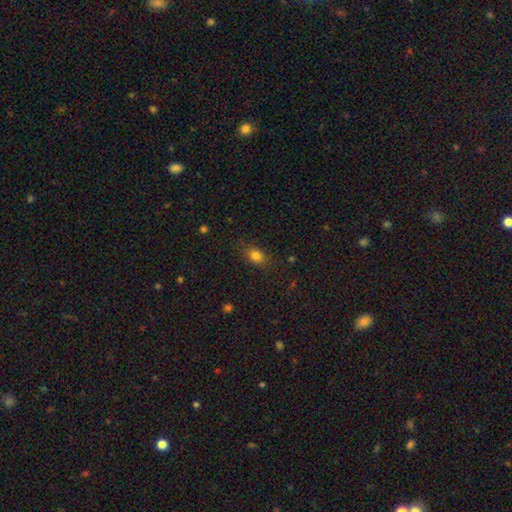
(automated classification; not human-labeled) Overall: smooth (80%). How rounded: in between (71%). Merging: none (81%).